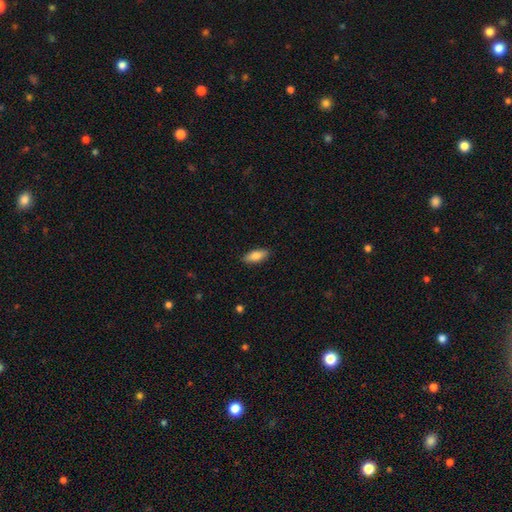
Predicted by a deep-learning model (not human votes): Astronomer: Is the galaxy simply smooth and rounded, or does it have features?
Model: smooth — 83%.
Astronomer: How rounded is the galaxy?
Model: in between — 79%.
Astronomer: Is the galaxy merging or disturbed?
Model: none — 88%.